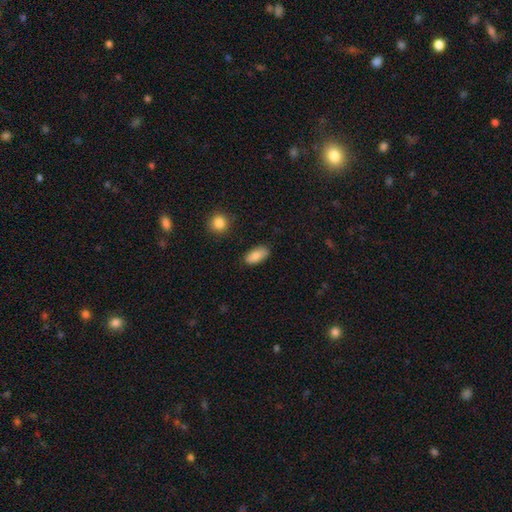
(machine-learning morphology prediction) smooth_or_featured: smooth (p=0.86) [alt: featured or disk p=0.07]
how_rounded: in between (p=0.90) [alt: cigar-shaped p=0.07]
merging: none (p=0.85) [alt: minor disturbance p=0.11]